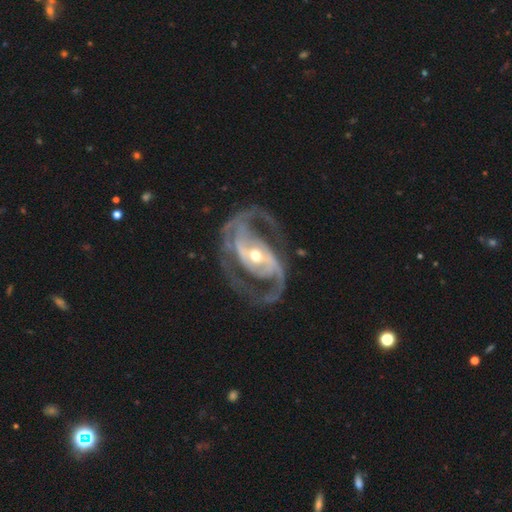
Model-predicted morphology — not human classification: This appears to be a featured or disk galaxy (92%) with a strong bar (40%), 2 (89%) medium (55%) spiral arms (95%) and a moderate central bulge (66%). Merging: none (72%).